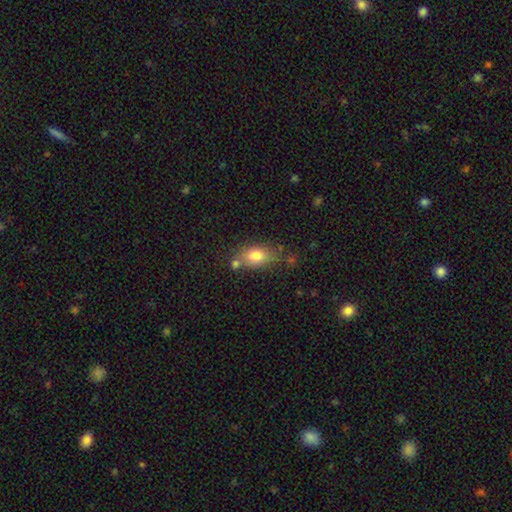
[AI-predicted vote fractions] A smooth galaxy with no disk features (79%) that is in between round and cigar-shaped (83%). Merging: none (58%).